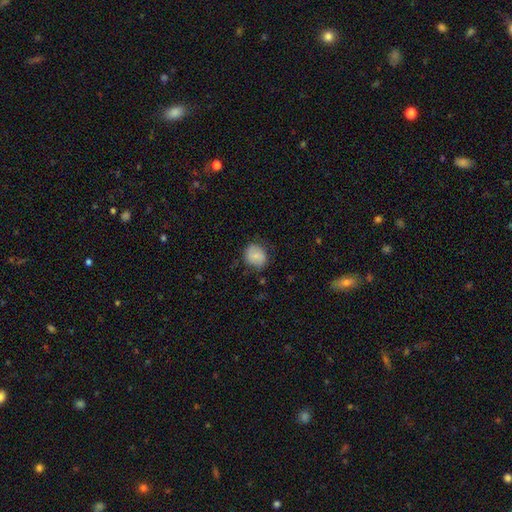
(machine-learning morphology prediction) smooth 79%, featured or disk 14%, star or artifact 8%. Down the decision tree: how rounded — round (70%); merging — none (73%).